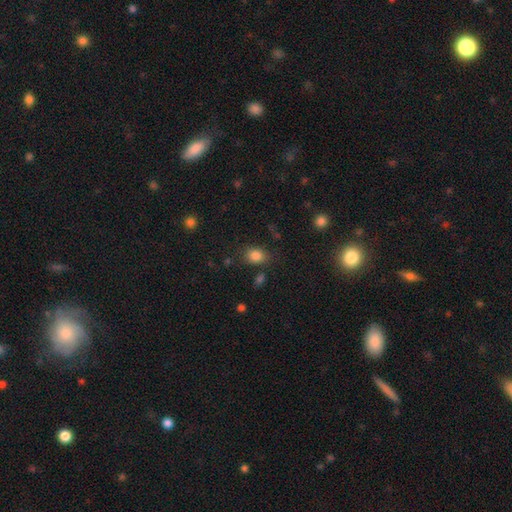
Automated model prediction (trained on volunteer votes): smooth-or-featured: smooth: 83% | star or artifact: 11% | featured or disk: 7%
  how-rounded: in between: 61% | round: 38% | cigar-shaped: 1%
  merging: none: 79% | minor disturbance: 14% | major disturbance: 4% | merger: 3%